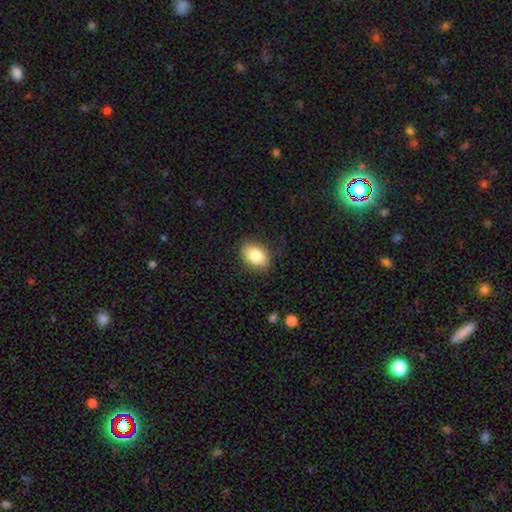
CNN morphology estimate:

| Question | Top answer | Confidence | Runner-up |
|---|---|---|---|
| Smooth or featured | smooth | 85% | star or artifact (8%) |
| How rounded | in between | 82% | round (17%) |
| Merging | none | 86% | minor disturbance (10%) |